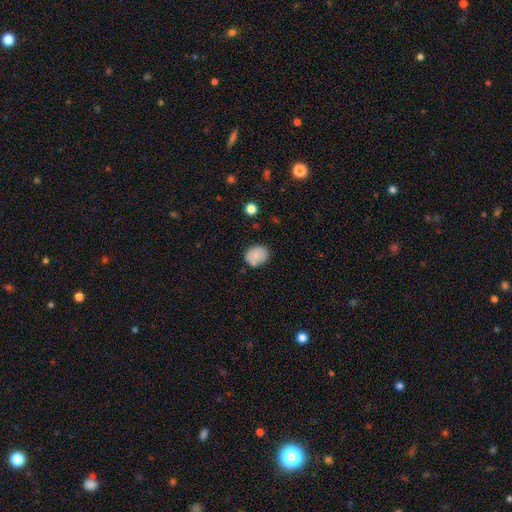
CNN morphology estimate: Q: Smooth or featured?
A: smooth (83%); runner-up: featured or disk (9%)
Q: How rounded?
A: round (53%); runner-up: in between (46%)
Q: Merging?
A: none (76%); runner-up: minor disturbance (17%)